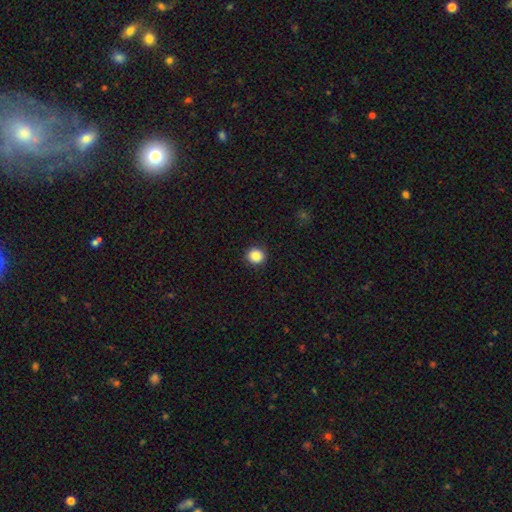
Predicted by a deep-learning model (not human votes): Smooth or featured? smooth (86%)
How rounded? round (90%)
Merging? none (91%)